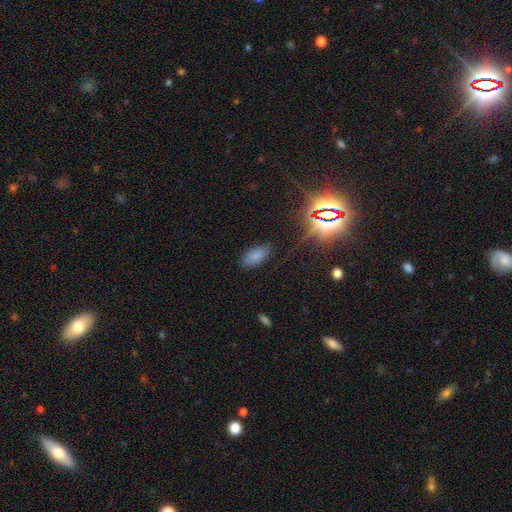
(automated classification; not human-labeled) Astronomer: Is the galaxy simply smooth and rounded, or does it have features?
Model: smooth — 78%.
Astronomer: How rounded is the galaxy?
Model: in between — 92%.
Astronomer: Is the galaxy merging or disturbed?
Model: none — 84%.